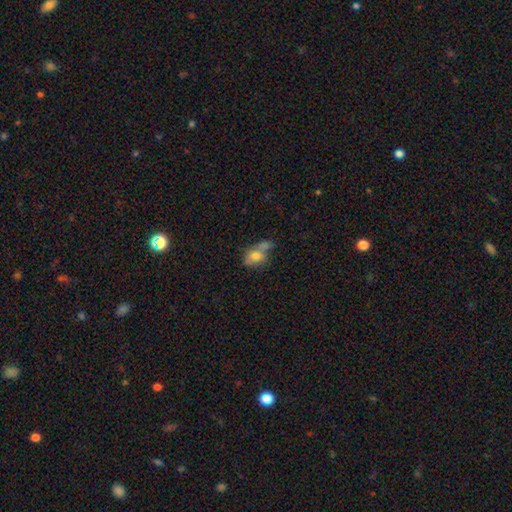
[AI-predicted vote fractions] Morphology: type=smooth (71%); roundness=in between (74%); merging=merger (37%).